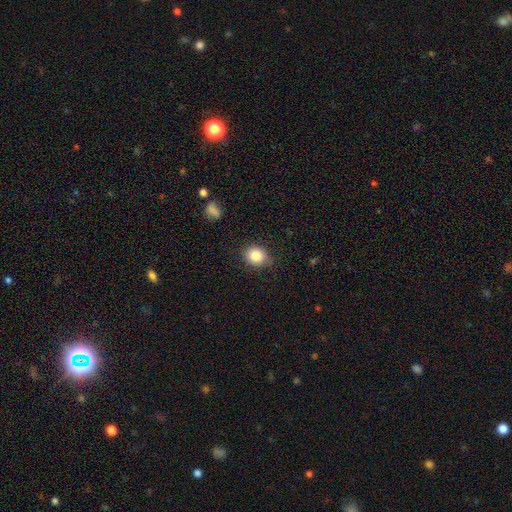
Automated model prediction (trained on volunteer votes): smooth-or-featured: smooth: 85% | star or artifact: 9% | featured or disk: 6%
  how-rounded: round: 66% | in between: 33% | cigar-shaped: 1%
  merging: none: 80% | minor disturbance: 15% | major disturbance: 3% | merger: 2%